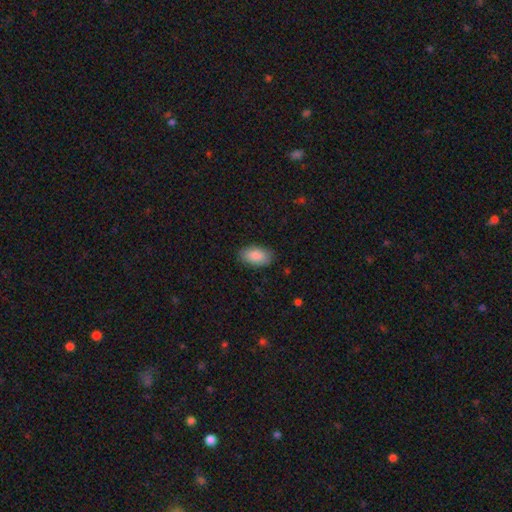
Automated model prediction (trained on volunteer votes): smooth 88%, star or artifact 6%, featured or disk 6%. Down the decision tree: how rounded — in between (94%); merging — none (86%).